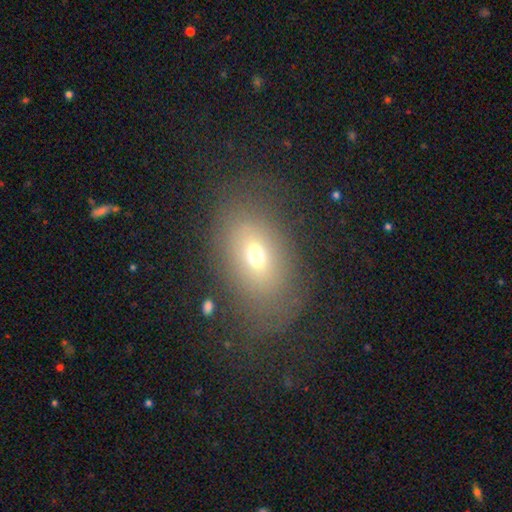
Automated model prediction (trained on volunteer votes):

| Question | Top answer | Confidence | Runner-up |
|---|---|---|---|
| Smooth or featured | smooth | 61% | featured or disk (24%) |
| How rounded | in between | 79% | round (18%) |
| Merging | none | 69% | minor disturbance (16%) |